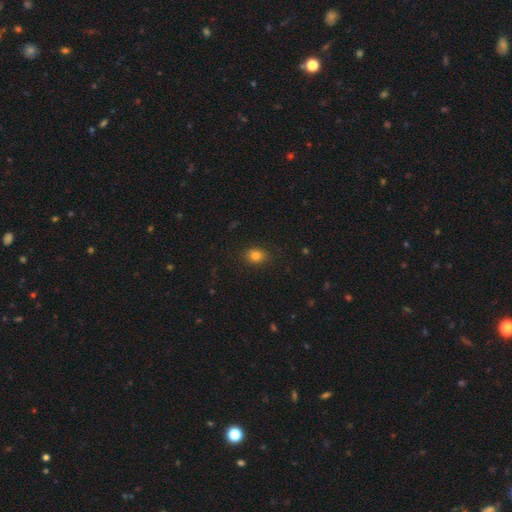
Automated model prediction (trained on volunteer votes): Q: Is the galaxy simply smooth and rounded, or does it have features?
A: smooth — 81%.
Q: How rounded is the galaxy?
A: in between — 50%.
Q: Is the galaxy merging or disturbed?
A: none — 87%.